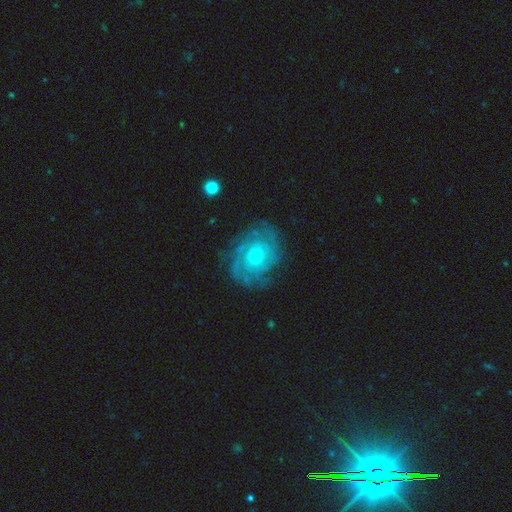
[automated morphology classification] smooth_or_featured: featured or disk (p=0.81) [alt: smooth p=0.12]
disk_edge_on: no (p=0.97) [alt: yes p=0.03]
bar: no (p=0.77) [alt: weak p=0.20]
has_spiral_arms: yes (p=0.94) [alt: no p=0.06]
spiral_winding: tight (p=0.69) [alt: medium p=0.25]
spiral_arm_count: can't tell (p=0.36) [alt: 3 p=0.18]
bulge_size: small (p=0.63) [alt: moderate p=0.31]
merging: none (p=0.77) [alt: minor disturbance p=0.15]